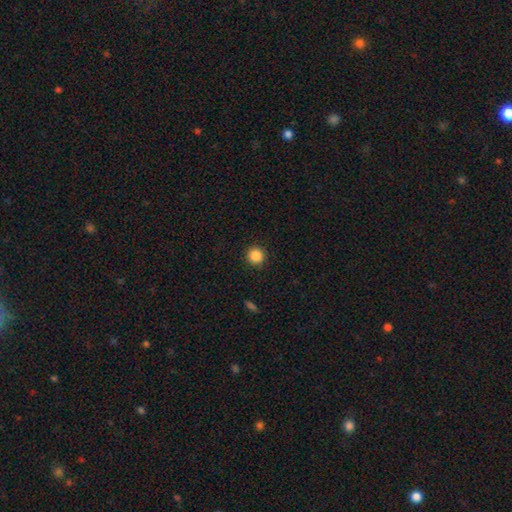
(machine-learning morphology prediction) Overall: smooth (87%). How rounded: round (95%). Merging: none (92%).